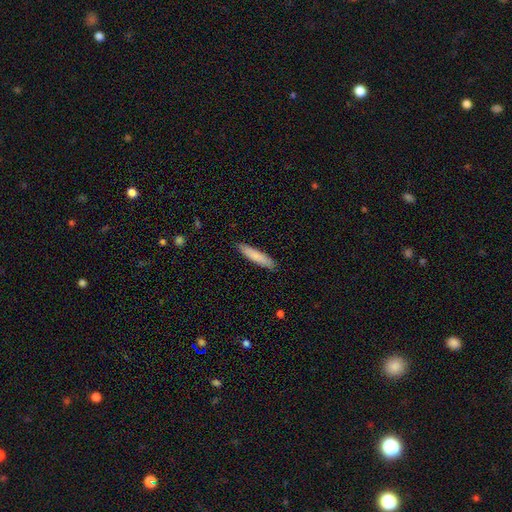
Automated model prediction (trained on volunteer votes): This appears to be a smooth galaxy with no disk features (82%) that is cigar-shaped (86%). Merging: none (89%).